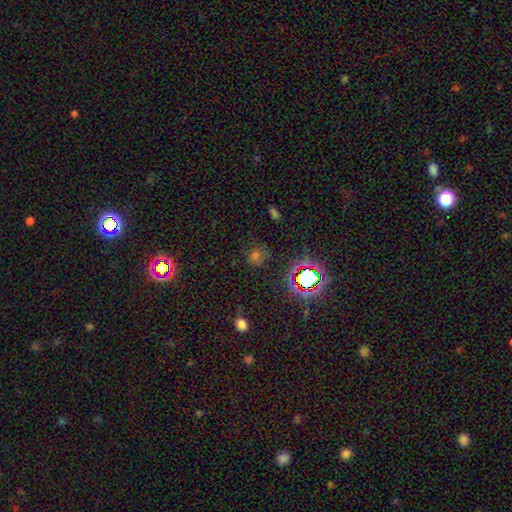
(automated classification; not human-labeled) Smooth or featured: star or artifact — 49% (smooth — 42%)